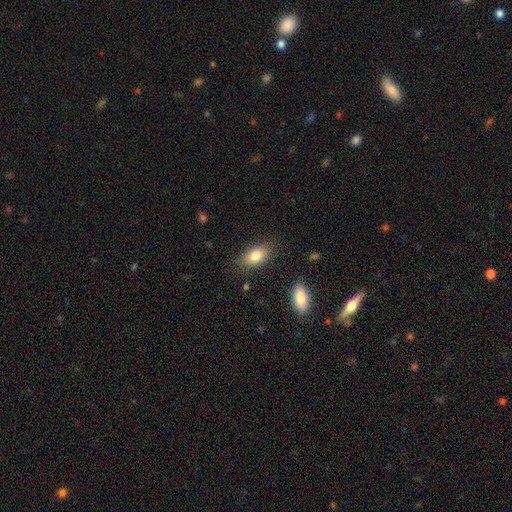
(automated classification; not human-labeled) Smooth or featured? Predicted: smooth (p=0.82). How rounded? Predicted: in between (p=0.90). Merging? Predicted: none (p=0.84).